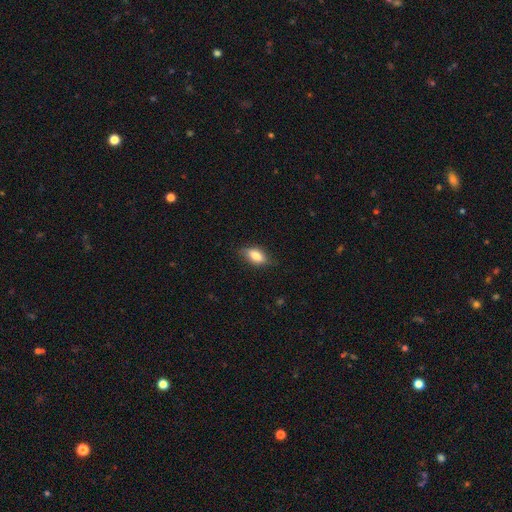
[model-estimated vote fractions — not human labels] The model was most divided on "merging": none: 76%, minor disturbance: 20%, major disturbance: 4%, merger: 1%. More confident: how rounded — in between (85%); smooth or featured — smooth (78%).